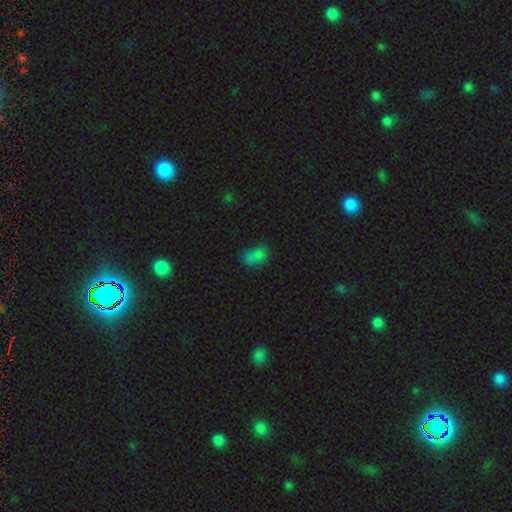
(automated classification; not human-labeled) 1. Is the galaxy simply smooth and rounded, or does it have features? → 73% smooth, 18% star or artifact, 9% featured or disk.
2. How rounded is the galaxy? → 82% in between, 16% round, 2% cigar-shaped.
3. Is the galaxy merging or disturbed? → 55% none, 26% minor disturbance, 11% major disturbance, 8% merger.